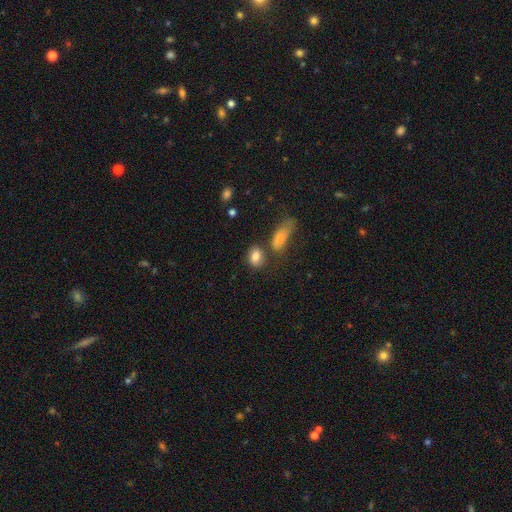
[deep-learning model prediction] Smooth or featured: smooth — 81% (featured or disk — 9%)
How rounded: in between — 67% (round — 30%)
Merging: none — 62% (merger — 17%)